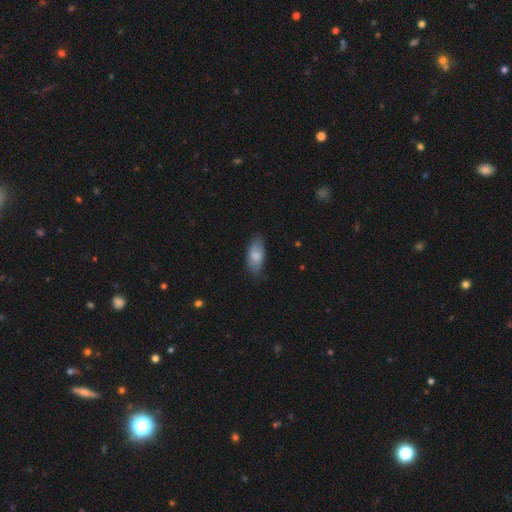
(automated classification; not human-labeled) Overall: smooth (80%). How rounded: in between (86%). Merging: none (76%).